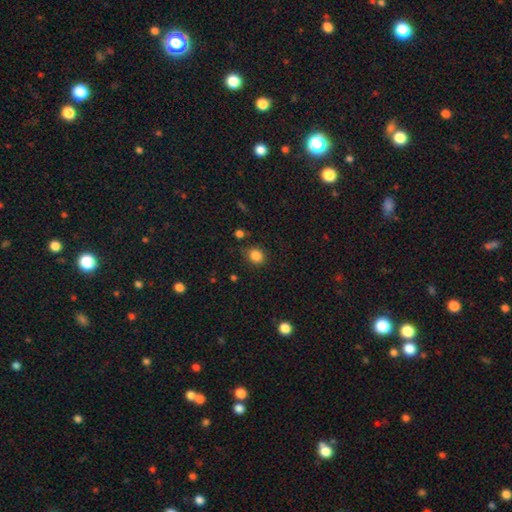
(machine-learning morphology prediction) Smooth or featured?
  - smooth: 84% *
  - star or artifact: 11%
  - featured or disk: 4%
How rounded?
  - round: 69% *
  - in between: 30%
  - cigar-shaped: 1%
Merging?
  - none: 79% *
  - minor disturbance: 15%
  - major disturbance: 4%
  - merger: 3%